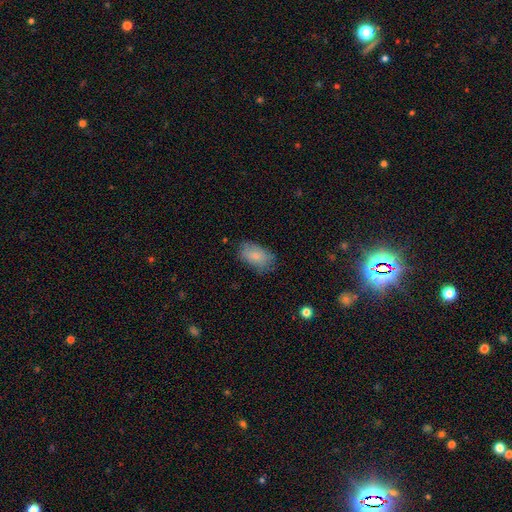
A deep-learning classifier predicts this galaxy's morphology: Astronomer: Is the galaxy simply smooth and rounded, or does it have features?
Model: smooth — 81%.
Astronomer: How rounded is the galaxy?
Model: in between — 92%.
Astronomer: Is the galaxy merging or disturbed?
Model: none — 68%.